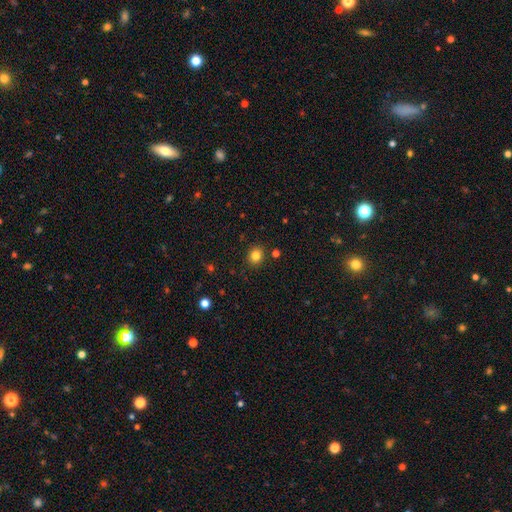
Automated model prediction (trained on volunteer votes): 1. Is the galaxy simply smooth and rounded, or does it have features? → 83% smooth, 12% star or artifact, 5% featured or disk.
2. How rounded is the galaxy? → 73% round, 26% in between, 1% cigar-shaped.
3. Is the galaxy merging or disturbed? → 88% none, 7% minor disturbance, 2% merger, 2% major disturbance.